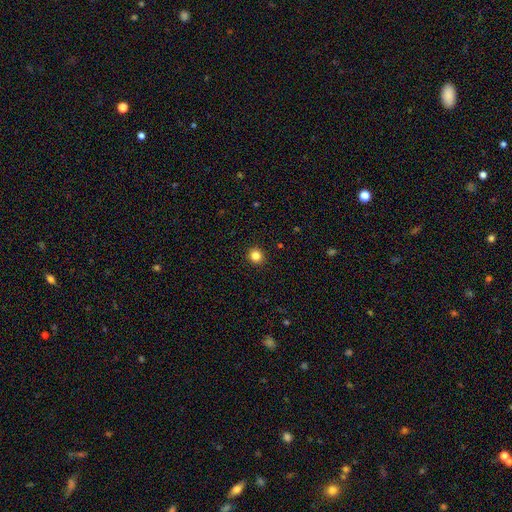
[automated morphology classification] Smooth or featured: smooth — 84% (star or artifact — 12%)
How rounded: round — 91% (in between — 8%)
Merging: none — 93% (minor disturbance — 5%)